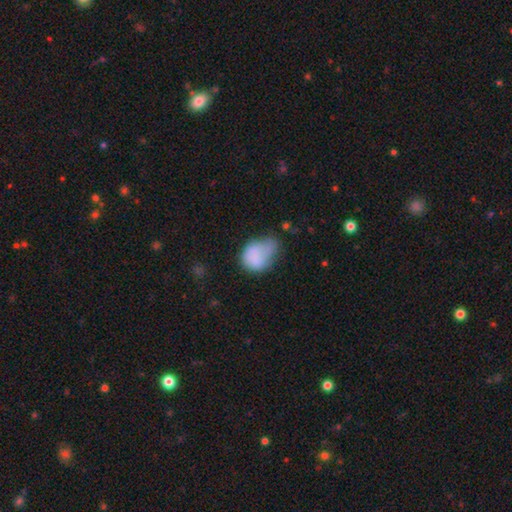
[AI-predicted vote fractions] smooth 77%, featured or disk 14%, star or artifact 10%. Down the decision tree: how rounded — in between (66%); merging — minor disturbance (37%).